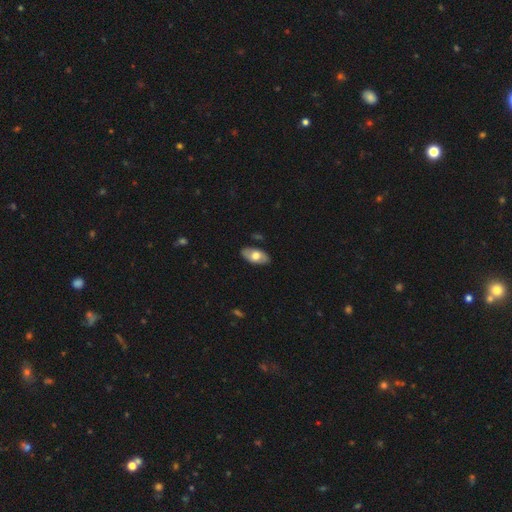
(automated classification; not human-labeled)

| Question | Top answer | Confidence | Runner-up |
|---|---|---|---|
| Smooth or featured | smooth | 62% | featured or disk (33%) |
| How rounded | in between | 94% | round (3%) |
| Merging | none | 85% | minor disturbance (11%) |